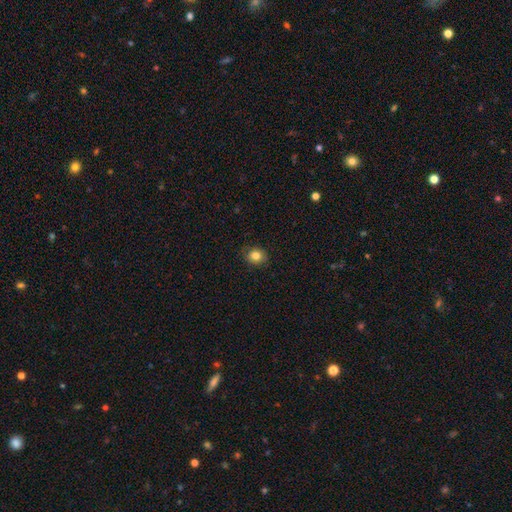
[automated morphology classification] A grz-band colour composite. It shows a smooth galaxy with no disk features (83%) that is round (69%). Merging: none (85%).